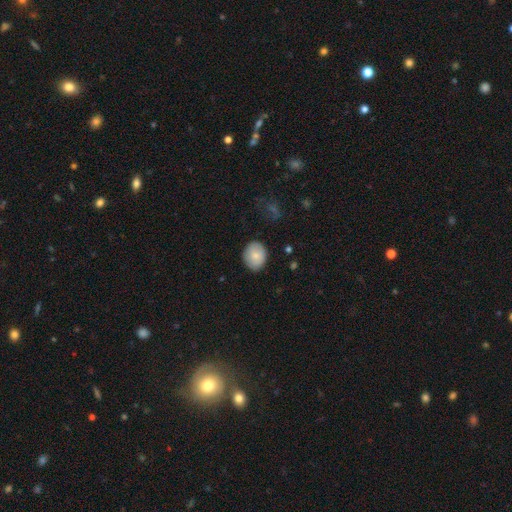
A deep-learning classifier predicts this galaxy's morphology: This appears to be a smooth galaxy with no disk features (82%) that is round (52%). Merging: none (84%).